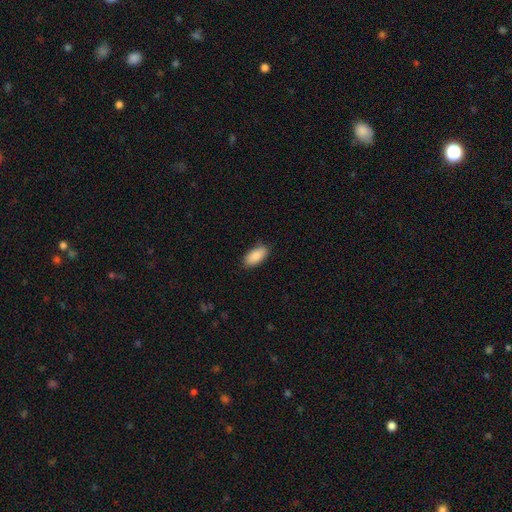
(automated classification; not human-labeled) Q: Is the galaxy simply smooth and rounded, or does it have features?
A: smooth — 89%.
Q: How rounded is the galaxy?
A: in between — 92%.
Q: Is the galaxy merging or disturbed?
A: none — 85%.